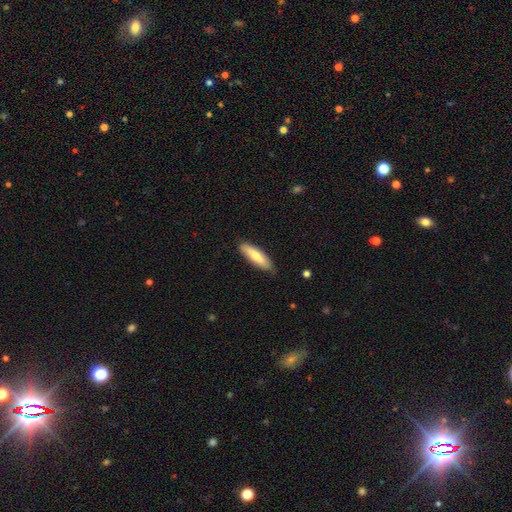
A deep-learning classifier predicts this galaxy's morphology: Smooth or featured? Predicted: smooth (p=0.71). How rounded? Predicted: cigar-shaped (p=0.60). Merging? Predicted: none (p=0.82).